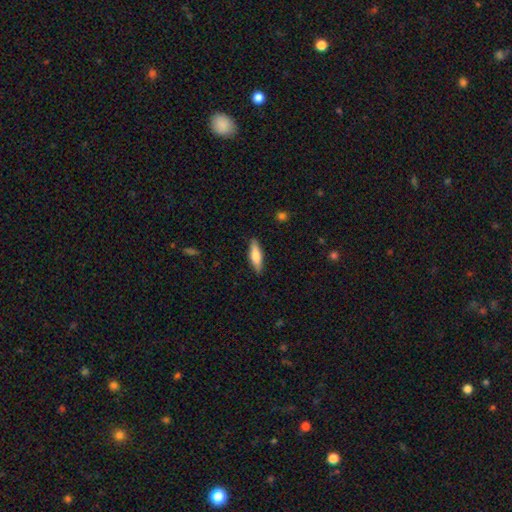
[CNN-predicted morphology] Q: Smooth or featured?
A: smooth (71%); runner-up: featured or disk (23%)
Q: How rounded?
A: cigar-shaped (60%); runner-up: in between (39%)
Q: Merging?
A: none (88%); runner-up: minor disturbance (9%)